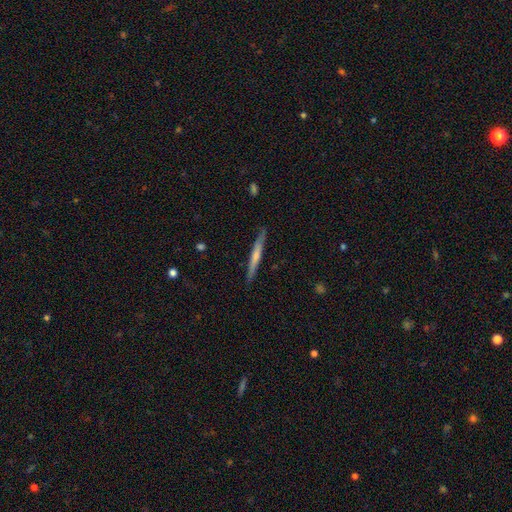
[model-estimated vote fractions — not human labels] Smooth or featured? Predicted: smooth (p=0.48). Merging? Predicted: none (p=0.88).